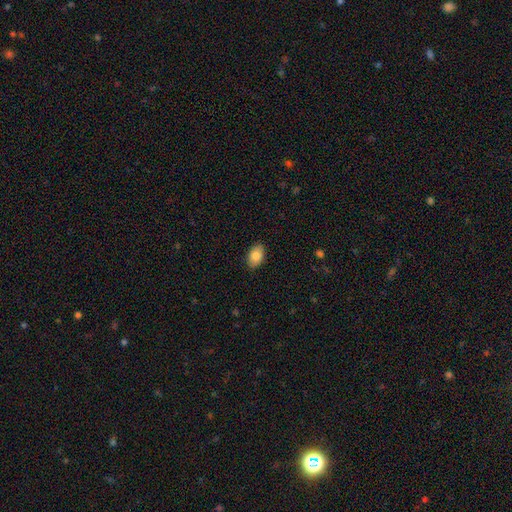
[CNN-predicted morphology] smooth 85%, featured or disk 8%, star or artifact 7%. Down the decision tree: how rounded — in between (90%); merging — none (88%).